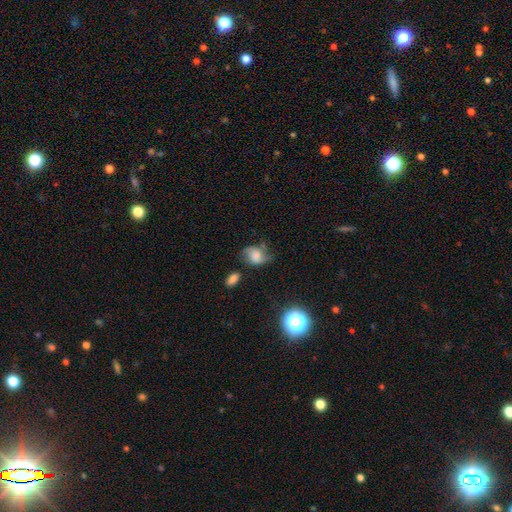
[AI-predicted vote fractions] Smooth or featured? Predicted: smooth (p=0.59). How rounded? Predicted: in between (p=0.59). Merging? Predicted: none (p=0.46).